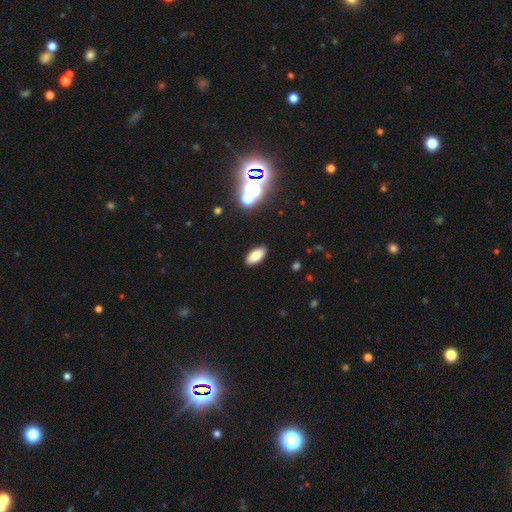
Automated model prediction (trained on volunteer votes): Smooth or featured? smooth (77%)
How rounded? in between (87%)
Merging? none (90%)